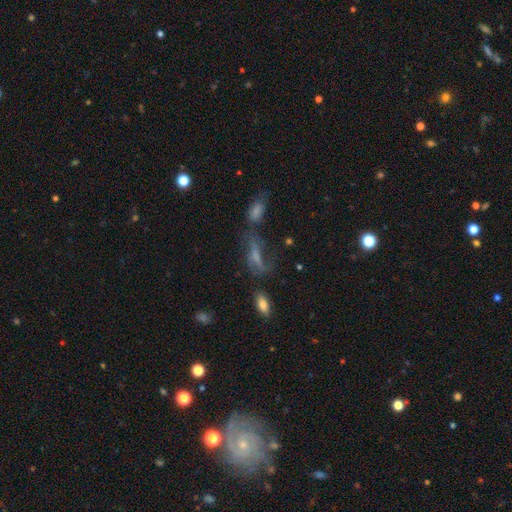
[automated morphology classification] Smooth or featured: smooth — 41% (featured or disk — 40%)
Merging: none — 40% (major disturbance — 25%)